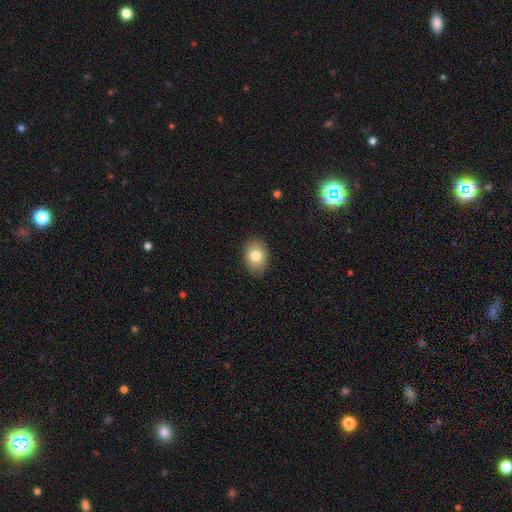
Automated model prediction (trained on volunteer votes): Overall: smooth (79%). How rounded: in between (72%). Merging: none (88%).